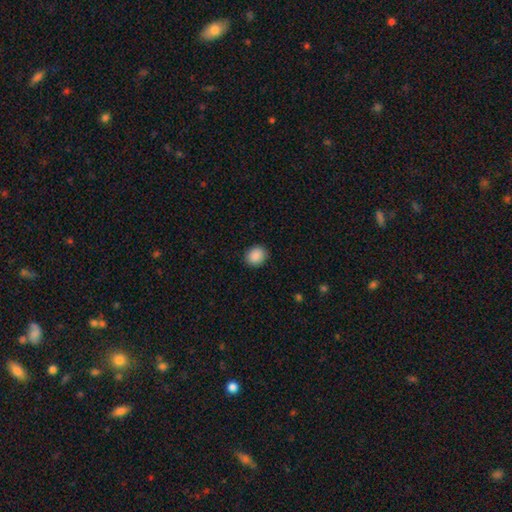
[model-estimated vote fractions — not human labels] Overall: smooth (89%). How rounded: round (72%). Merging: none (90%).